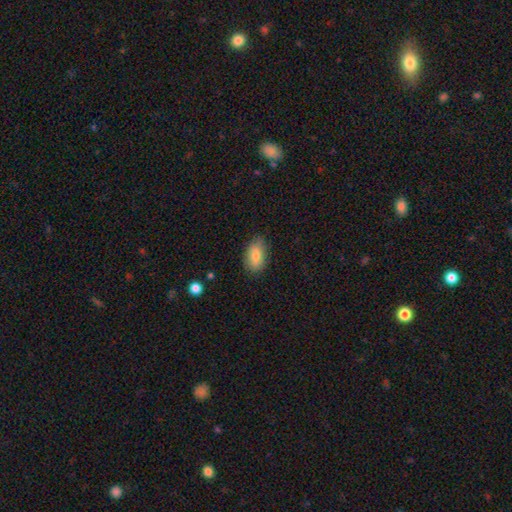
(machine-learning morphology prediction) This is likely a smooth galaxy (76%). How rounded: clearly in between (89%). Merging: clearly none (81%).